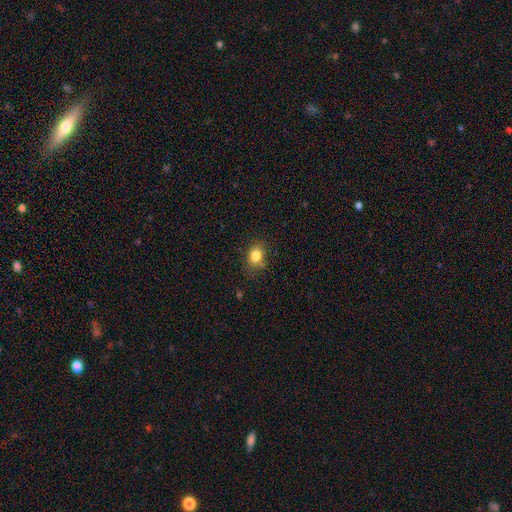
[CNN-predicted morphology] type=smooth (83%); roundness=in between (55%); merging=none (70%).